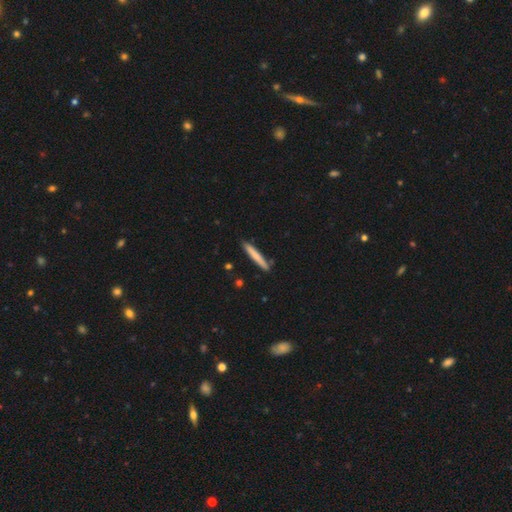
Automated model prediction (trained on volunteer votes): The model was most divided on "smooth or featured": smooth: 73%, featured or disk: 22%, star or artifact: 6%. More confident: how rounded — cigar-shaped (96%); merging — none (87%).